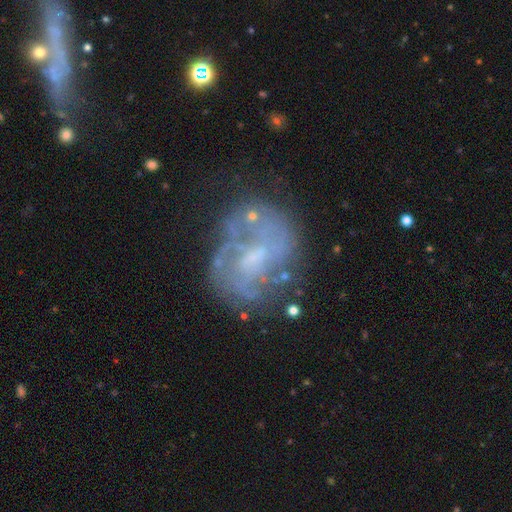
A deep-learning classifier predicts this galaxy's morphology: Smooth or featured? featured or disk (73%)
Edge-on disk? no (98%)
Bar? no (52%)
Spiral arms? yes (66%)
Bulge size? small (41%)
Merging? none (59%)